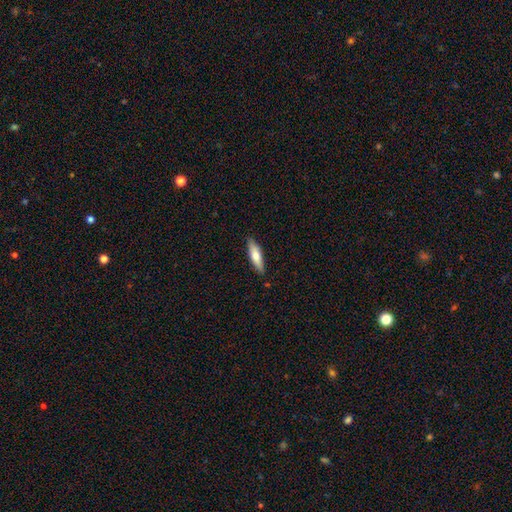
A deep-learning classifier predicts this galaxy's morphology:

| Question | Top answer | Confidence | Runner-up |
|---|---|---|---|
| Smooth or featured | smooth | 66% | featured or disk (29%) |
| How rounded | cigar-shaped | 64% | in between (34%) |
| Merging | none | 87% | minor disturbance (10%) |